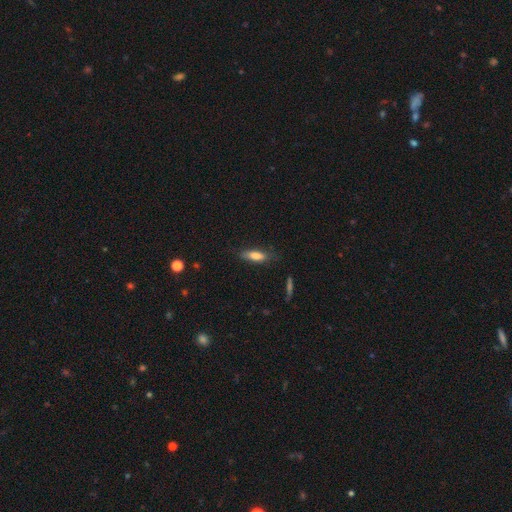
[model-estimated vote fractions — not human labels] This is likely a smooth galaxy (75%). How rounded: possibly cigar-shaped (49%, tied with in between). Merging: likely none (76%).